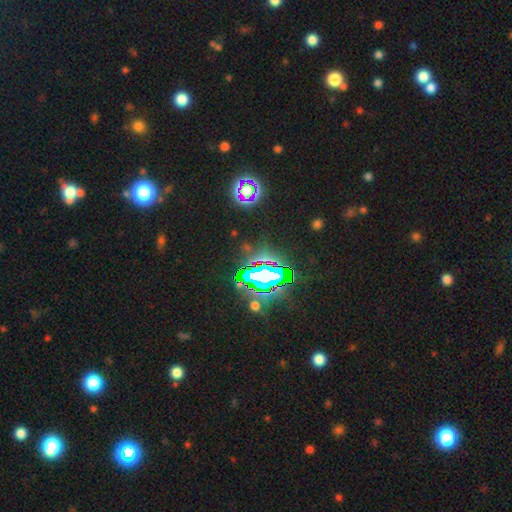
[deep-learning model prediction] The model was most divided on "smooth or featured": star or artifact: 82%, smooth: 11%, featured or disk: 7%.